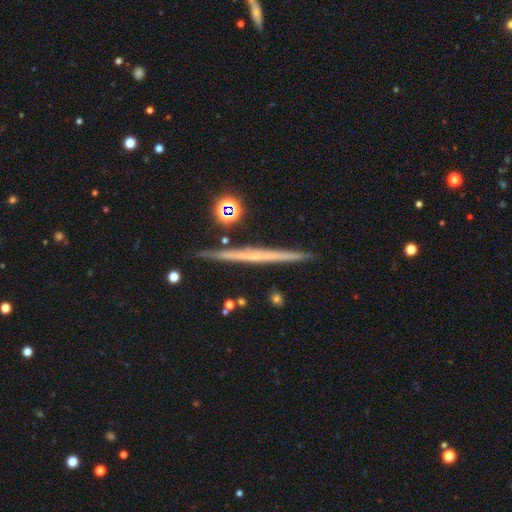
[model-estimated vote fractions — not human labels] smooth_or_featured: featured or disk (p=0.68) [alt: smooth p=0.25]
disk_edge_on: yes (p=0.98) [alt: no p=0.02]
edge_on_bulge: none (p=0.83) [alt: rounded p=0.13]
merging: none (p=0.91) [alt: minor disturbance p=0.06]